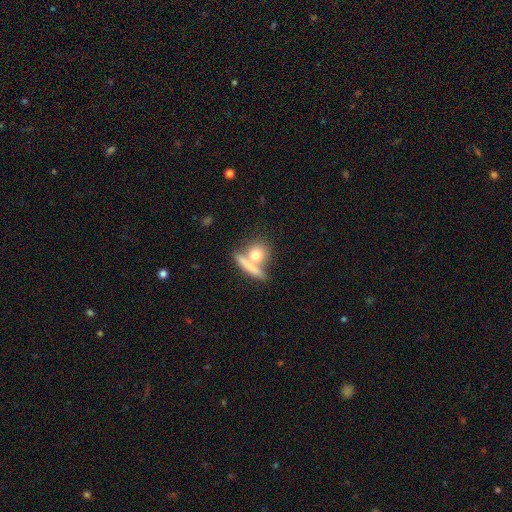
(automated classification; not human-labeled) A smooth galaxy with no disk features (74%) that is round (65%). Merging: none (48%).